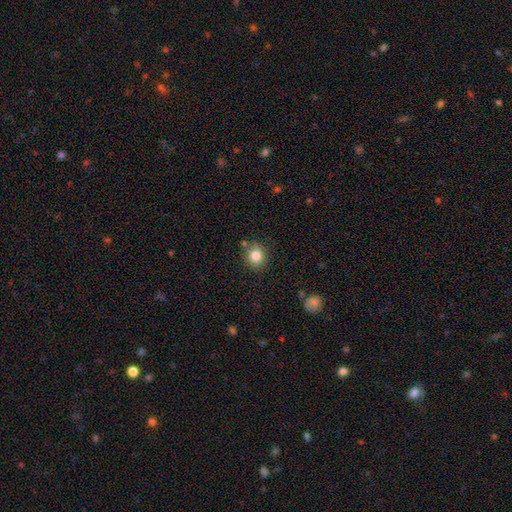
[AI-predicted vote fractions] The model was most divided on "how rounded": round: 83%, in between: 16%, cigar-shaped: 1%. More confident: smooth or featured — smooth (83%); merging — none (82%).